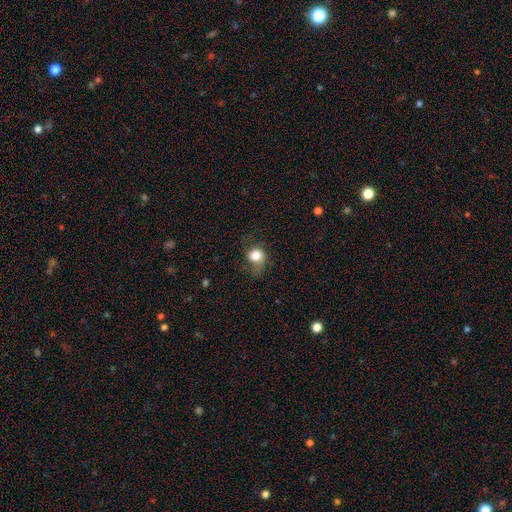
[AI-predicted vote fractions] Smooth or featured? smooth (79%)
How rounded? round (71%)
Merging? none (50%)